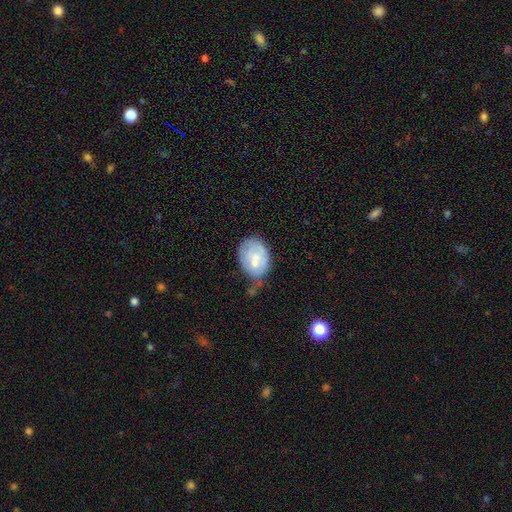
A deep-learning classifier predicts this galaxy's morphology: type=smooth (64%); roundness=in between (65%); merging=minor disturbance (38%).